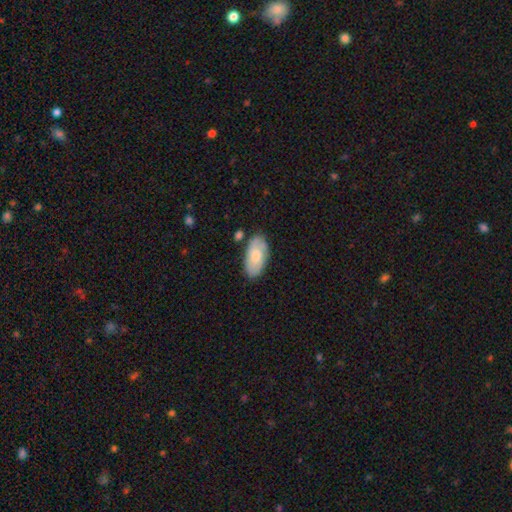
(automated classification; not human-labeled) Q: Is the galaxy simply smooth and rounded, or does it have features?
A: smooth — 57%.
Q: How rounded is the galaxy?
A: in between — 94%.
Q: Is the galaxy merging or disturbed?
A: none — 72%.